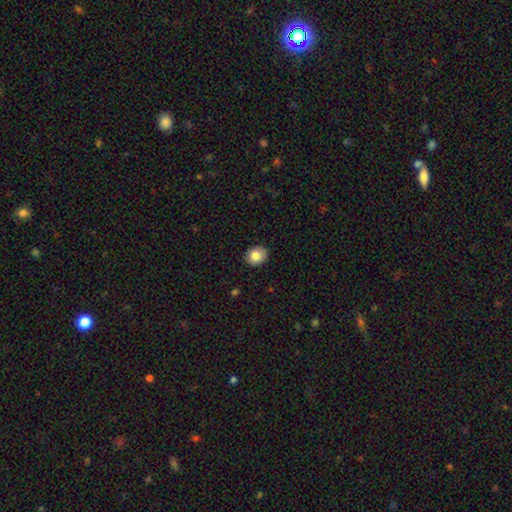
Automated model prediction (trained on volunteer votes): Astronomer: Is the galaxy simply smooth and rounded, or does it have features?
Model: smooth — 83%.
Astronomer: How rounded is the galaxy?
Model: round — 68%.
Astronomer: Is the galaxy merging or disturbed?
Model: none — 89%.